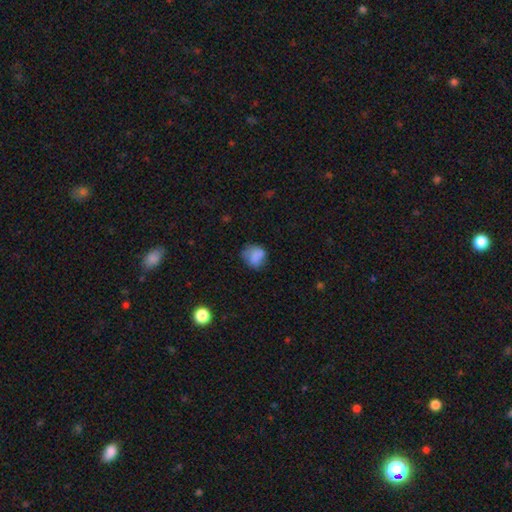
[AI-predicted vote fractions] Morphology: type=smooth (78%); roundness=round (65%); merging=none (53%).